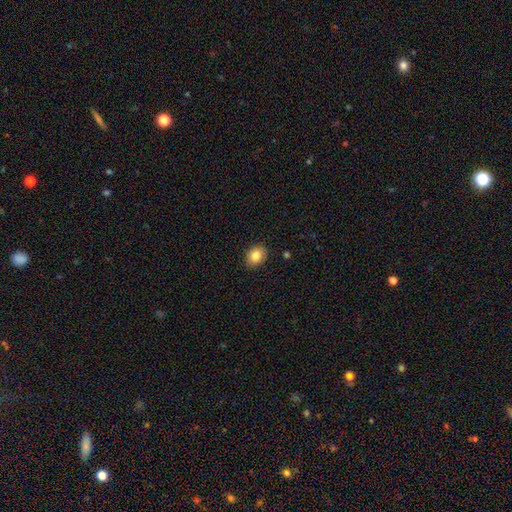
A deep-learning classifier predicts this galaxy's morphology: Smooth or featured?
  - smooth: 84% *
  - star or artifact: 9%
  - featured or disk: 7%
How rounded?
  - in between: 57% *
  - round: 42%
  - cigar-shaped: 1%
Merging?
  - none: 87% *
  - minor disturbance: 9%
  - major disturbance: 2%
  - merger: 1%